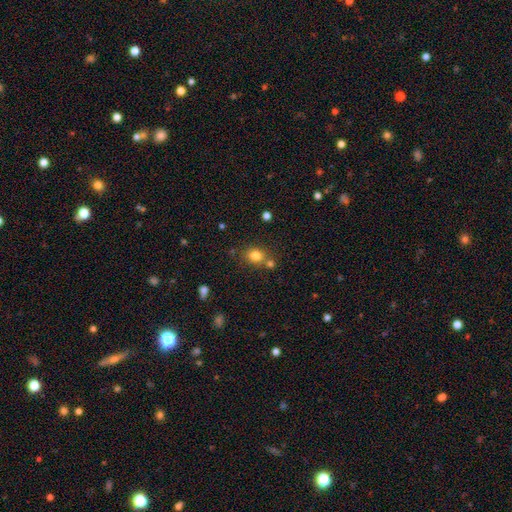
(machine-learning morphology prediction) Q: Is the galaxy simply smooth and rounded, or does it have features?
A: smooth — 80%.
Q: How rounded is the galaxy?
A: round — 72%.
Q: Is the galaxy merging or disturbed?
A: none — 66%.